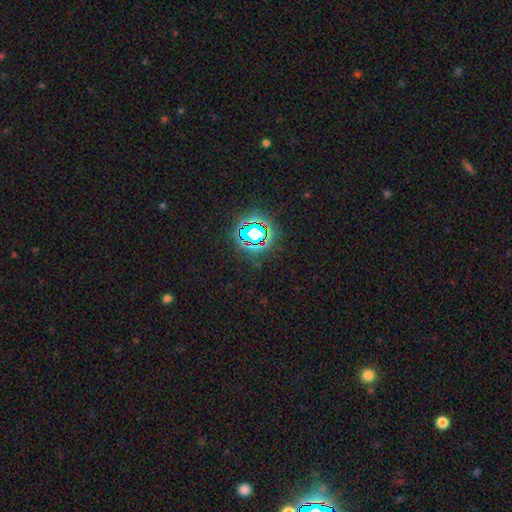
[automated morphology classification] A star or artifact, not a galaxy (80%).